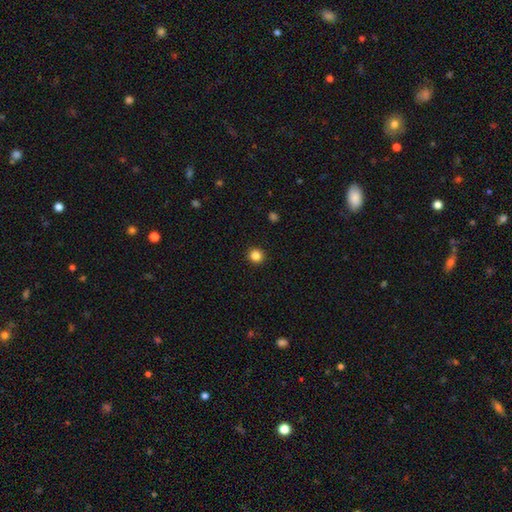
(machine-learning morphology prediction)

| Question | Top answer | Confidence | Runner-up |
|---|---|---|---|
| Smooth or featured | smooth | 85% | star or artifact (11%) |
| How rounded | round | 93% | in between (6%) |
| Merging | none | 93% | minor disturbance (5%) |